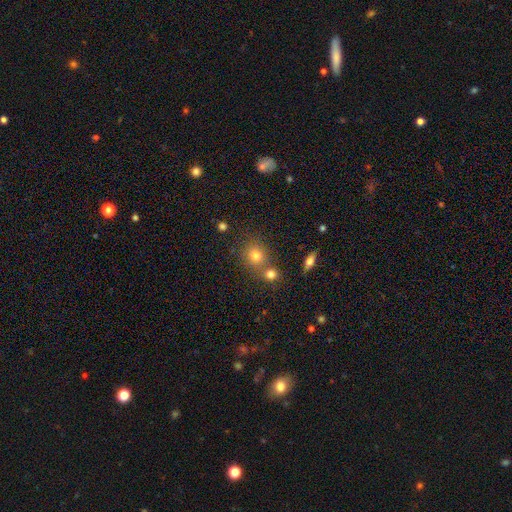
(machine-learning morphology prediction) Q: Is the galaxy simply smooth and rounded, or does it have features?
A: smooth — 74%.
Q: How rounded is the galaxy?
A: round — 79%.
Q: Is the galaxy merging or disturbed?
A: none — 60%.